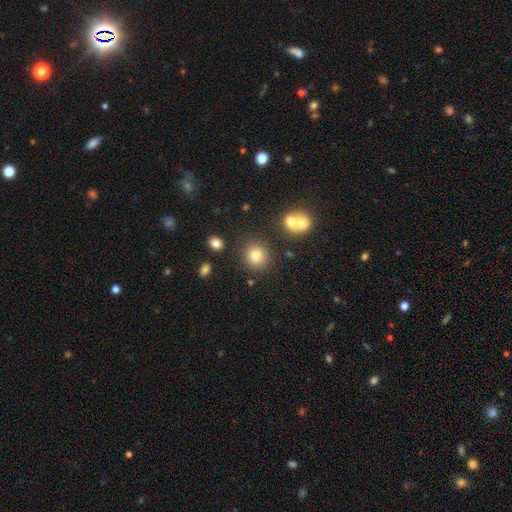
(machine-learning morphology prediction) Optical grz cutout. It shows a smooth galaxy with no disk features (79%) that is round (88%). Merging: none (83%).